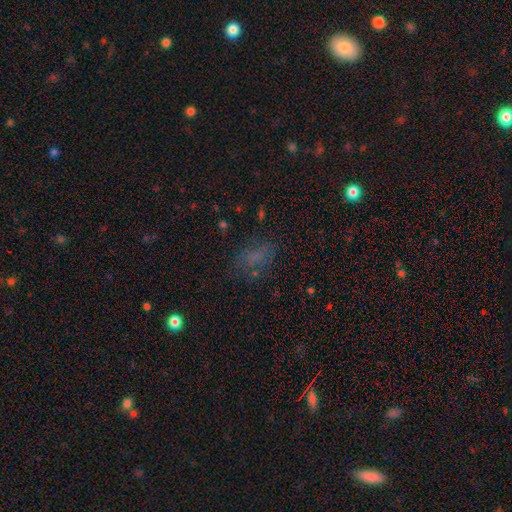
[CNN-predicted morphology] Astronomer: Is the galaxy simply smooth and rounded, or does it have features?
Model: smooth — 59%.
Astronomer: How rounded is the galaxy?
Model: in between — 79%.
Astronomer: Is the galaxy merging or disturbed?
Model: none — 65%.